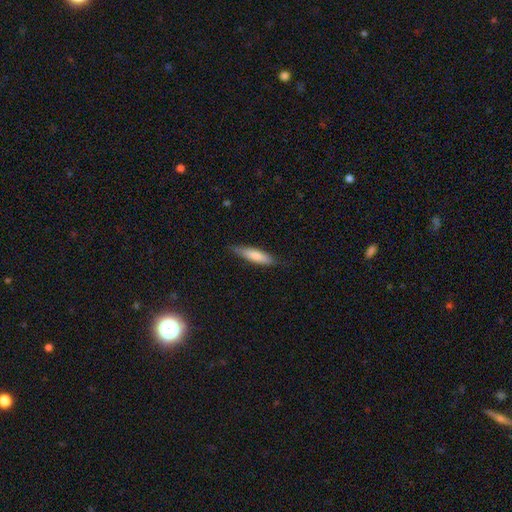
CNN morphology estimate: type=smooth (77%); roundness=cigar-shaped (72%); merging=none (79%).